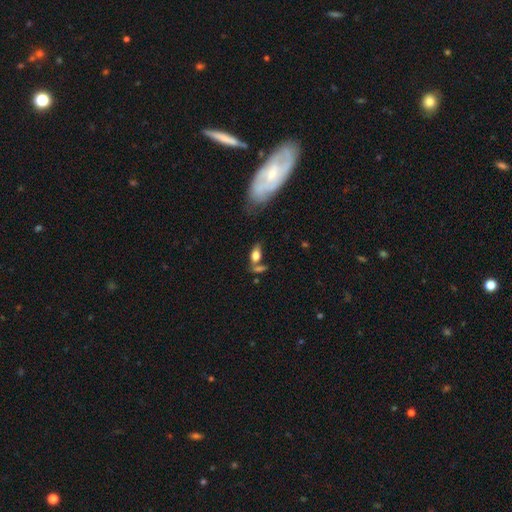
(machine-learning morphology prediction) This is likely a smooth galaxy (73%). How rounded: clearly in between (84%). Merging: possibly none (53%).